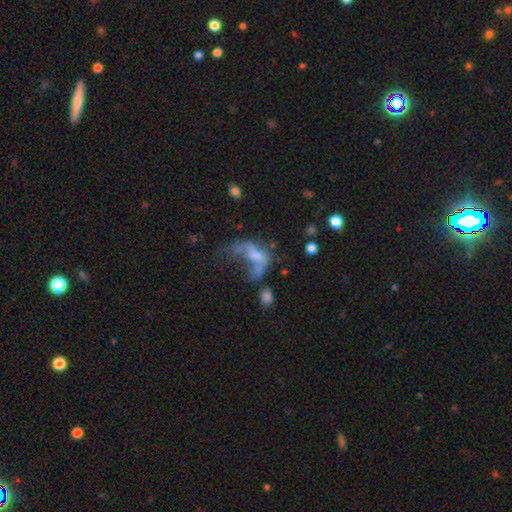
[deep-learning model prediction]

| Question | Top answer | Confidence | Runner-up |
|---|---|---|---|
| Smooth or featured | featured or disk | 45% | smooth (40%) |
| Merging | major disturbance | 50% | merger (24%) |